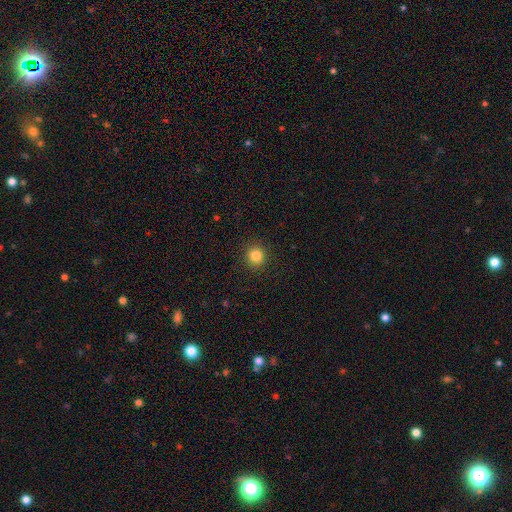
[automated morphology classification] Smooth or featured?
  - smooth: 84% *
  - star or artifact: 12%
  - featured or disk: 4%
How rounded?
  - round: 91% *
  - in between: 8%
  - cigar-shaped: 1%
Merging?
  - none: 91% *
  - minor disturbance: 6%
  - major disturbance: 2%
  - merger: 1%